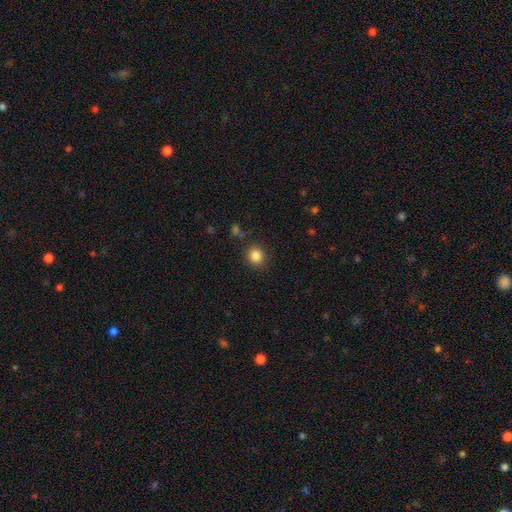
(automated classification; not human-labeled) A smooth galaxy with no disk features (84%) that is round (89%).

Vote fractions:
- Smooth or featured? smooth: 84% / star or artifact: 11% / featured or disk: 4%
- How rounded? round: 89% / in between: 10% / cigar-shaped: 1%
- Merging? none: 87% / minor disturbance: 8% / major disturbance: 3% / merger: 2%